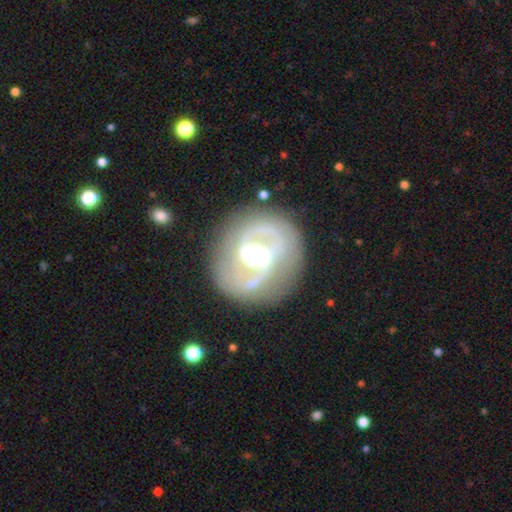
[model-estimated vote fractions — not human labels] Smooth or featured?
  - featured or disk: 85% *
  - smooth: 9%
  - star or artifact: 6%
Edge-on disk?
  - no: 97% *
  - yes: 3%
Bar?
  - weak: 42% *
  - strong: 40%
  - no: 18%
Spiral arms?
  - yes: 90% *
  - no: 10%
Spiral winding?
  - medium: 51% *
  - tight: 28%
  - loose: 21%
Spiral arm count?
  - 2: 88% *
  - can't tell: 5%
  - 1: 2%
  - 3: 2%
  - 4: 1%
  - more than 4: 1%
Bulge size?
  - moderate: 51% *
  - large: 36%
  - small: 7%
  - dominant: 5%
  - none: 1%
Merging?
  - none: 79% *
  - minor disturbance: 12%
  - major disturbance: 7%
  - merger: 2%